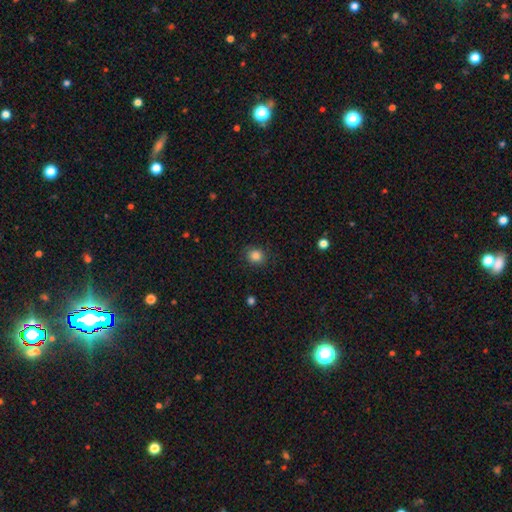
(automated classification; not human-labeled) smooth-or-featured: smooth: 83% | star or artifact: 11% | featured or disk: 6%
  how-rounded: round: 73% | in between: 26% | cigar-shaped: 1%
  merging: none: 88% | minor disturbance: 8% | major disturbance: 2% | merger: 1%